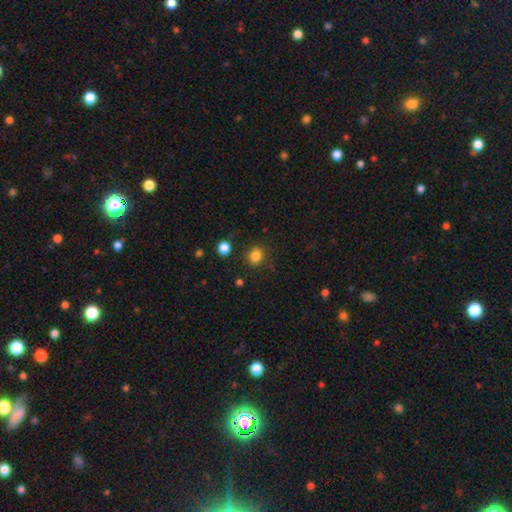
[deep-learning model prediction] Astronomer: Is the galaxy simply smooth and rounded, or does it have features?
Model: smooth — 83%.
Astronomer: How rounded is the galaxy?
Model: round — 75%.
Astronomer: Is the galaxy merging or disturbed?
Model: none — 85%.